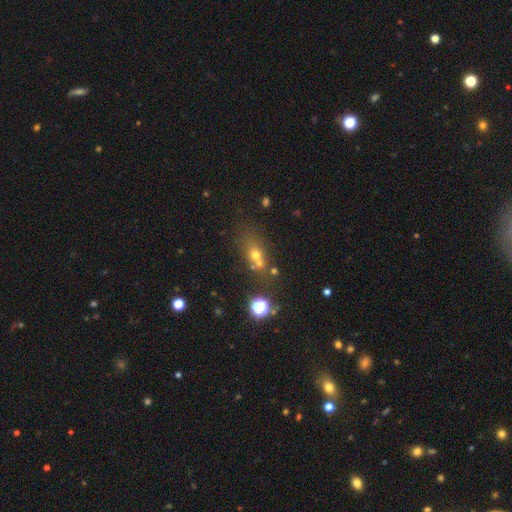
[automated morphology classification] This is possibly a smooth galaxy (54%). How rounded: possibly round (50%). Merging: possibly none (46%).